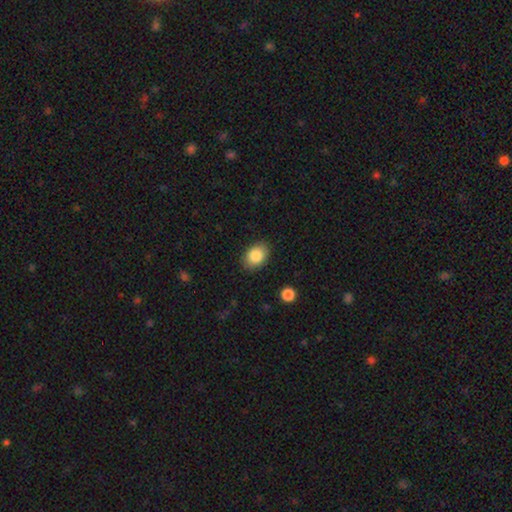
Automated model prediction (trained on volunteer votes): Morphology: type=smooth (87%); roundness=in between (74%); merging=none (85%).